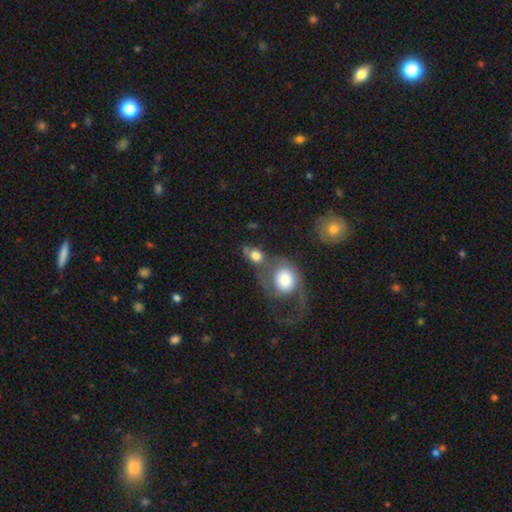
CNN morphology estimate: Smooth or featured?
  - smooth: 69% *
  - featured or disk: 20%
  - star or artifact: 10%
How rounded?
  - round: 58% *
  - in between: 39%
  - cigar-shaped: 2%
Merging?
  - merger: 55% *
  - none: 22%
  - major disturbance: 12%
  - minor disturbance: 11%